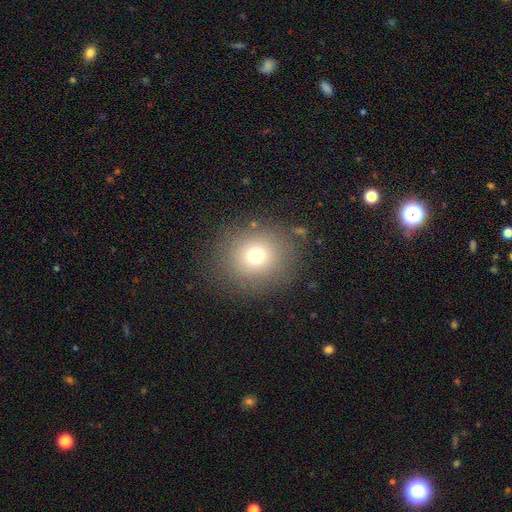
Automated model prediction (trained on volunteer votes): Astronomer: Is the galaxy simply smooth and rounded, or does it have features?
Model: smooth — 72%.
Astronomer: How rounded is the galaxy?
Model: round — 87%.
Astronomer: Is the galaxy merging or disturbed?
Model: none — 84%.